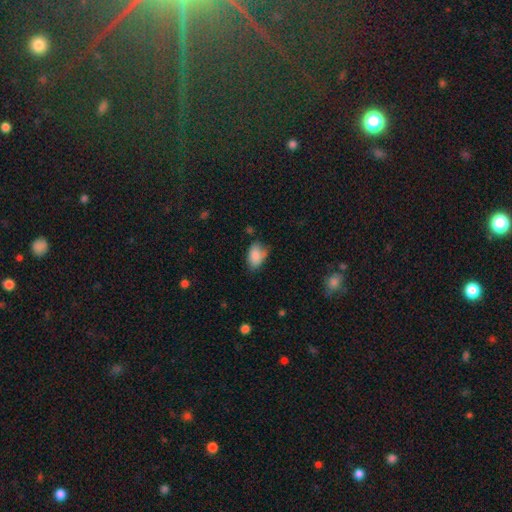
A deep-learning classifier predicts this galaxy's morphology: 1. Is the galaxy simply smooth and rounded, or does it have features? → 84% smooth, 8% featured or disk, 8% star or artifact.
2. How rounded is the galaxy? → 88% in between, 10% round, 1% cigar-shaped.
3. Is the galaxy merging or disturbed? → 57% none, 32% minor disturbance, 7% major disturbance, 4% merger.